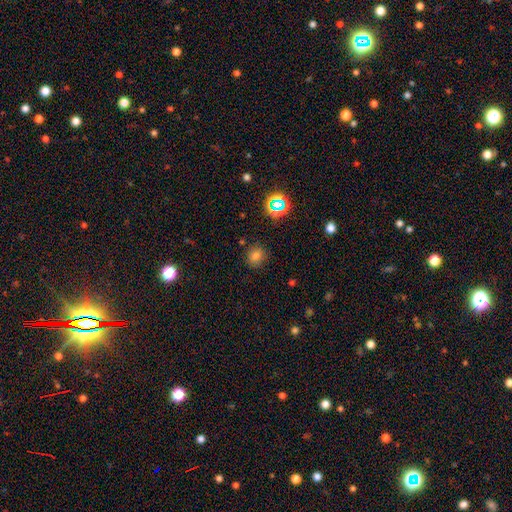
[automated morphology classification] A smooth galaxy with no disk features (73%) that is round (78%).

Vote fractions:
- Smooth or featured? smooth: 73% / star or artifact: 20% / featured or disk: 7%
- How rounded? round: 78% / in between: 21% / cigar-shaped: 1%
- Merging? none: 85% / minor disturbance: 10% / major disturbance: 3% / merger: 2%